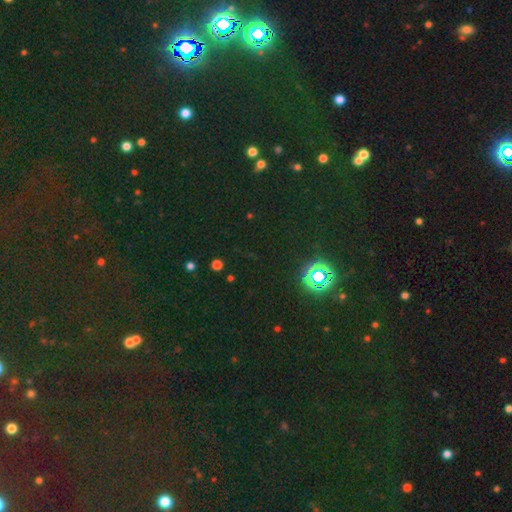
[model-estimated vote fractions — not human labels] Q: Smooth or featured?
A: star or artifact (69%); runner-up: smooth (25%)